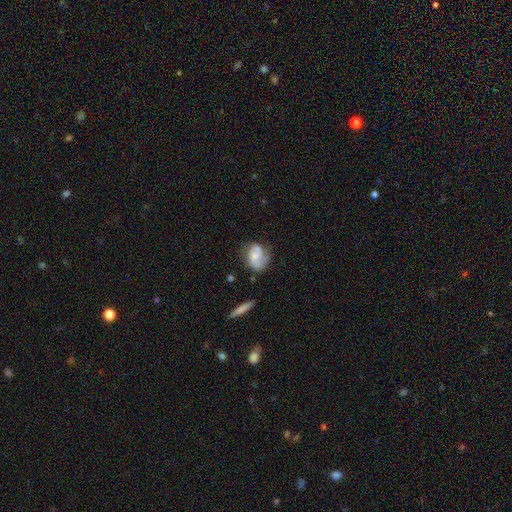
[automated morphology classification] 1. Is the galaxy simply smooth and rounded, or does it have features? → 62% featured or disk, 32% smooth, 7% star or artifact.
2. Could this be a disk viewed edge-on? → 97% no, 3% yes.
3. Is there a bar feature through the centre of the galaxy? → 64% no, 30% weak, 6% strong.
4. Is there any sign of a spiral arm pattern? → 89% yes, 11% no.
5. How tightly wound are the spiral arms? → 43% medium, 31% tight, 26% loose.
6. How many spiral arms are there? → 59% 2, 27% 1, 10% can't tell, 2% 3, 1% 4, 1% more than 4.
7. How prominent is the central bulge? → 45% small, 31% moderate, 17% none, 5% large, 2% dominant.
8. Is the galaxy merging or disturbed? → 54% none, 26% minor disturbance, 16% major disturbance, 3% merger.